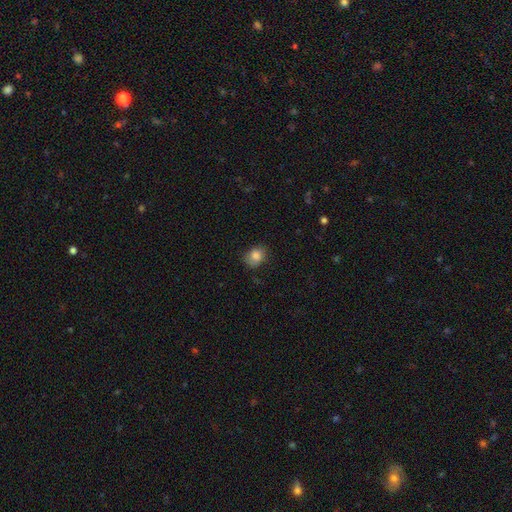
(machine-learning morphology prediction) Smooth or featured? Predicted: smooth (p=0.84). How rounded? Predicted: round (p=0.51). Merging? Predicted: none (p=0.71).